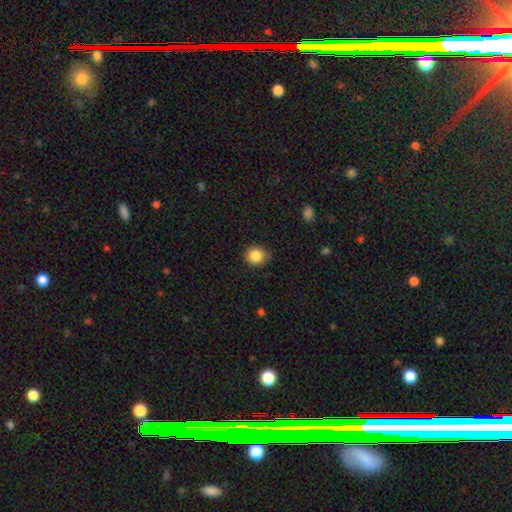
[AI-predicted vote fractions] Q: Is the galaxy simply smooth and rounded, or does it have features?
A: smooth — 85%.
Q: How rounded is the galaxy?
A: round — 82%.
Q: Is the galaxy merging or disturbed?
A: none — 79%.